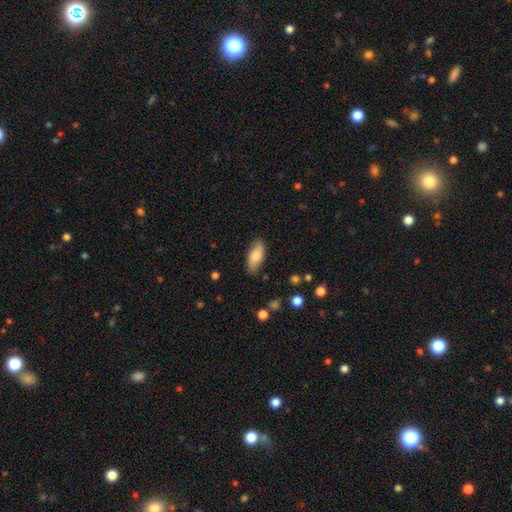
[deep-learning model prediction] smooth 79%, featured or disk 14%, star or artifact 6%. Down the decision tree: how rounded — in between (84%); merging — none (83%).